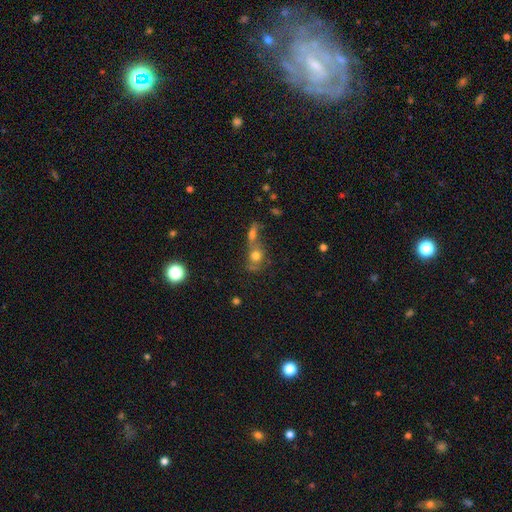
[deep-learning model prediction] Overall: smooth (67%). How rounded: round (69%). Merging: merger (55%; none 30%).